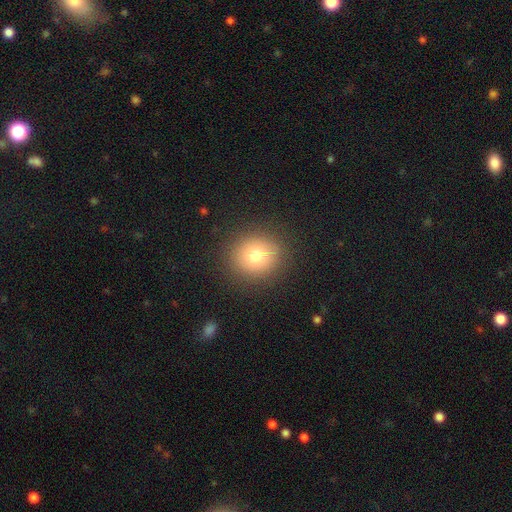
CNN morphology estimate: smooth-or-featured: smooth: 76% | star or artifact: 12% | featured or disk: 12%
  how-rounded: round: 84% | in between: 15% | cigar-shaped: 1%
  merging: none: 88% | minor disturbance: 7% | major disturbance: 3% | merger: 1%